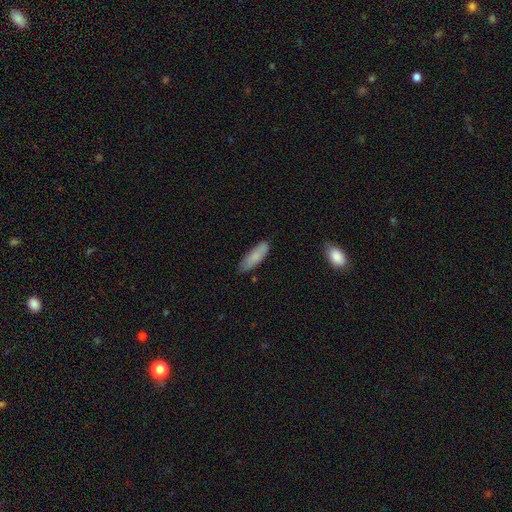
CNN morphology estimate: Smooth or featured: smooth — 82% (featured or disk — 12%)
How rounded: in between — 53% (cigar-shaped — 45%)
Merging: none — 76% (minor disturbance — 20%)